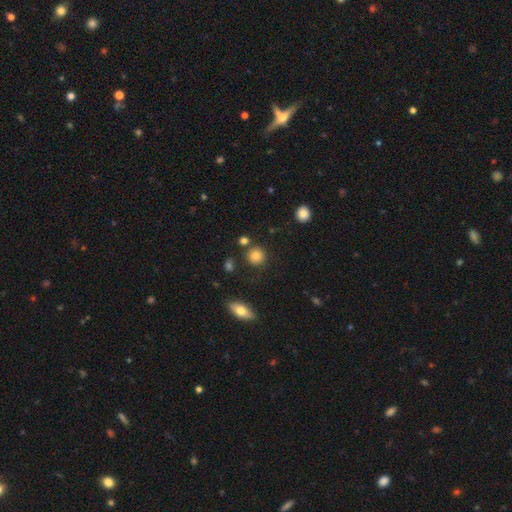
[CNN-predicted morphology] Smooth or featured? smooth (84%)
How rounded? round (88%)
Merging? none (81%)